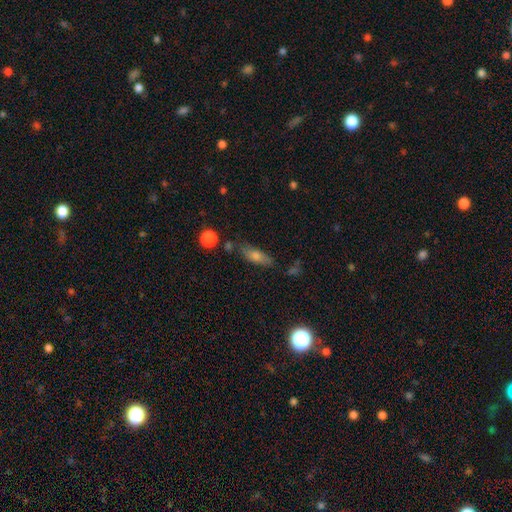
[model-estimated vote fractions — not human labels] A smooth galaxy with no disk features (65%) that is in between round and cigar-shaped (55%).

Vote fractions:
- Smooth or featured? smooth: 65% / featured or disk: 24% / star or artifact: 10%
- How rounded? in between: 55% / cigar-shaped: 41% / round: 5%
- Merging? none: 74% / minor disturbance: 17% / merger: 5% / major disturbance: 4%